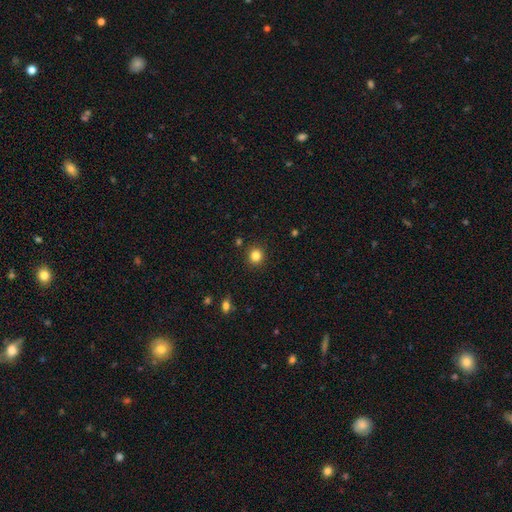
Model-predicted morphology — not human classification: This appears to be a smooth galaxy with no disk features (83%) that is round (90%). Merging: none (90%).